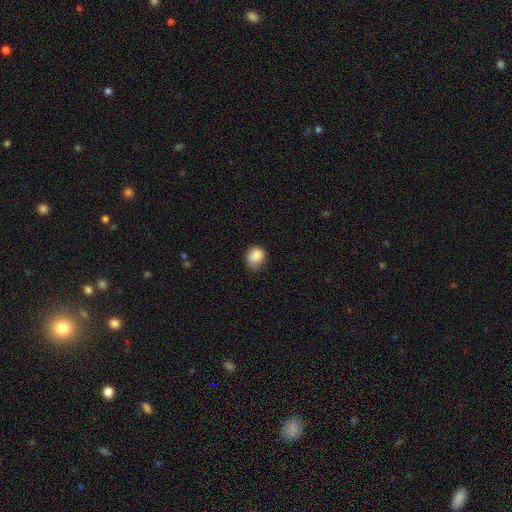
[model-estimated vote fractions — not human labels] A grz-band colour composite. It shows a smooth galaxy with no disk features (87%) that is round (54%). Merging: none (62%).